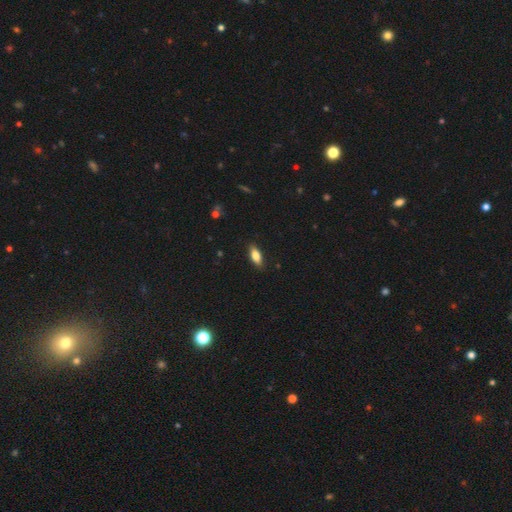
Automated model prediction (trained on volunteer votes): Morphology: type=smooth (81%); roundness=in between (82%); merging=none (87%).